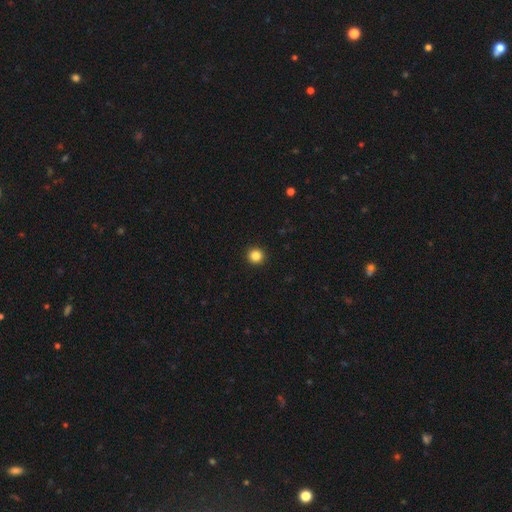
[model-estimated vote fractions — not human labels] This appears to be a smooth galaxy with no disk features (85%) that is round (95%). Merging: none (94%).